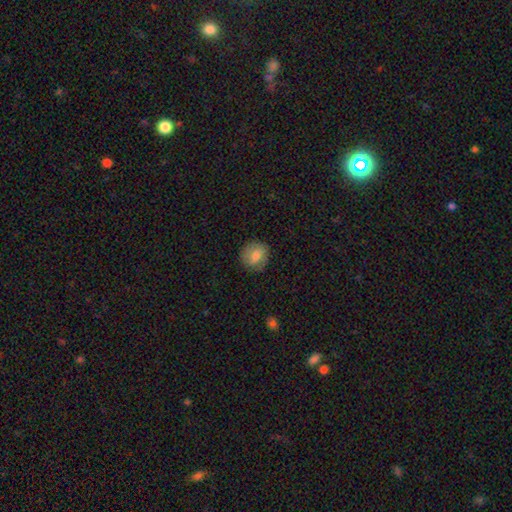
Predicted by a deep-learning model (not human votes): The model was most divided on "smooth or featured": smooth: 73%, featured or disk: 19%, star or artifact: 8%. More confident: merging — none (81%); how rounded — round (77%).